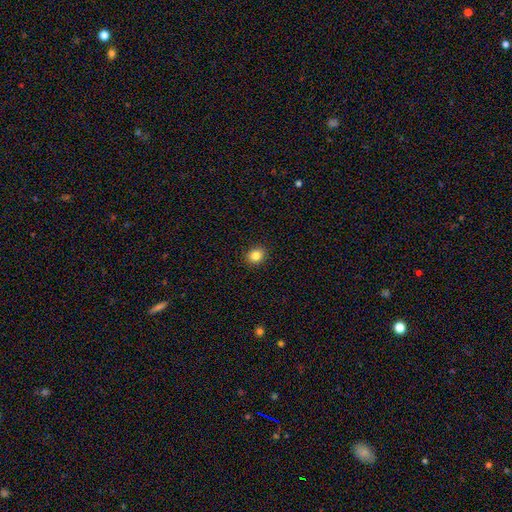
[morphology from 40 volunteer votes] Overall: smooth (90%). How rounded: round (50%, tied with in between). Merging: none (82%).